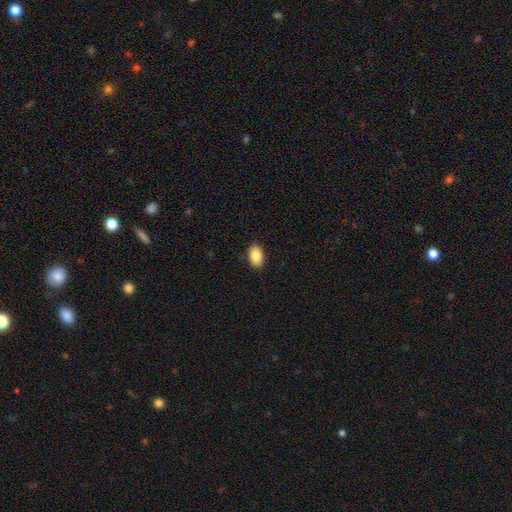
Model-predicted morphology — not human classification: smooth 87%, star or artifact 7%, featured or disk 6%. Down the decision tree: how rounded — in between (90%); merging — none (88%).